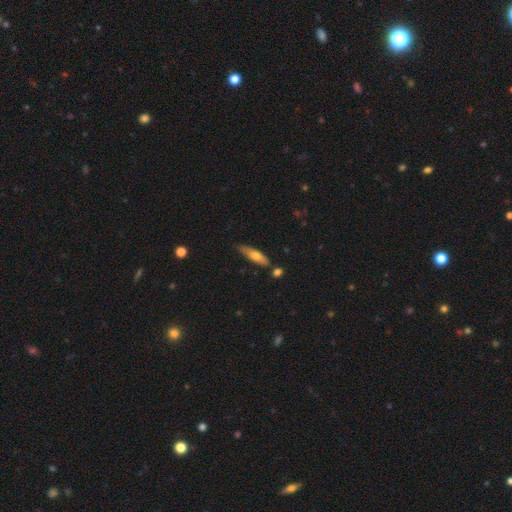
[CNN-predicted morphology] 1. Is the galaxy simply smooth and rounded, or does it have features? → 62% smooth, 32% featured or disk, 6% star or artifact.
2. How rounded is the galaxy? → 65% cigar-shaped, 33% in between, 2% round.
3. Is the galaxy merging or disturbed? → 71% none, 20% minor disturbance, 6% merger, 3% major disturbance.